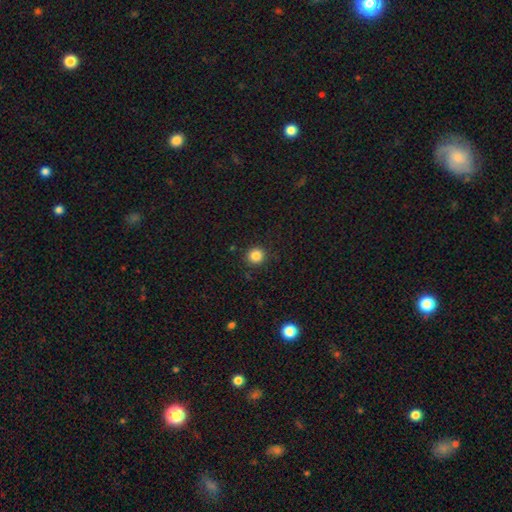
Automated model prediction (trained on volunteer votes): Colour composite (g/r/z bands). It shows a smooth galaxy with no disk features (84%) that is round (93%). Merging: none (91%).